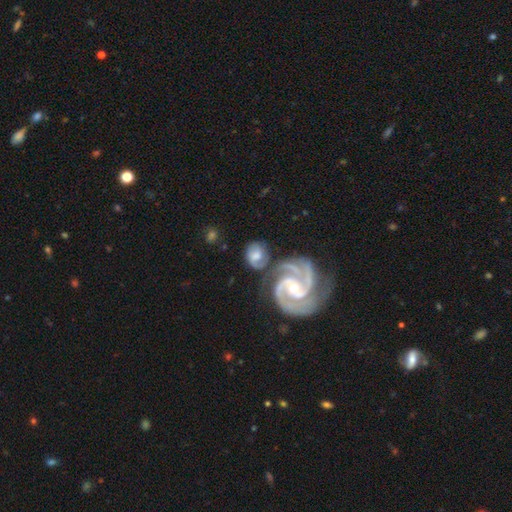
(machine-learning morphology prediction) smooth_or_featured: featured or disk (p=0.63) [alt: smooth p=0.30]
disk_edge_on: no (p=0.97) [alt: yes p=0.03]
bar: no (p=0.45) [alt: weak p=0.40]
has_spiral_arms: yes (p=0.92) [alt: no p=0.08]
spiral_winding: medium (p=0.50) [alt: tight p=0.37]
spiral_arm_count: 2 (p=0.49) [alt: 3 p=0.29]
bulge_size: moderate (p=0.56) [alt: small p=0.33]
merging: none (p=0.46) [alt: merger p=0.26]